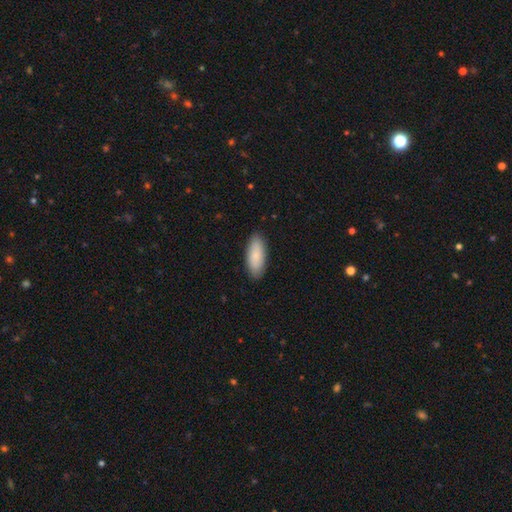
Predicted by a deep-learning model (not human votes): A smooth galaxy with no disk features (86%) that is in between round and cigar-shaped (78%). Merging: none (88%).